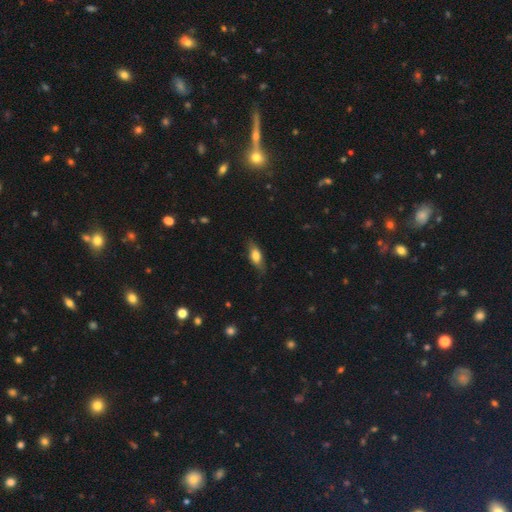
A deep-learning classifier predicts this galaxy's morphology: This appears to be a smooth galaxy with no disk features (67%) that is in between round and cigar-shaped (71%). Merging: none (76%).